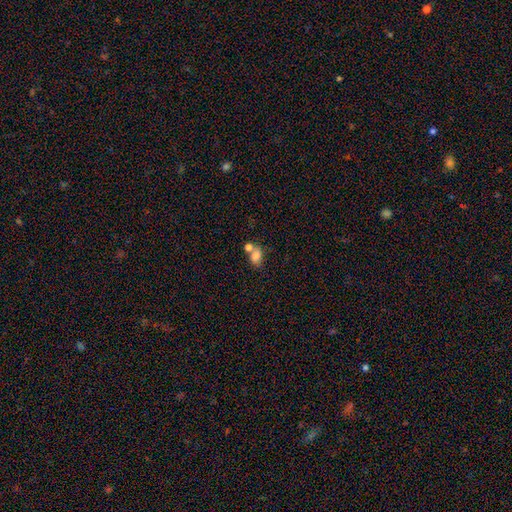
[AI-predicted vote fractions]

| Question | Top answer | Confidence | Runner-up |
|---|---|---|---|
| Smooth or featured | smooth | 74% | featured or disk (15%) |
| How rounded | in between | 73% | round (25%) |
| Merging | merger | 47% | none (34%) |